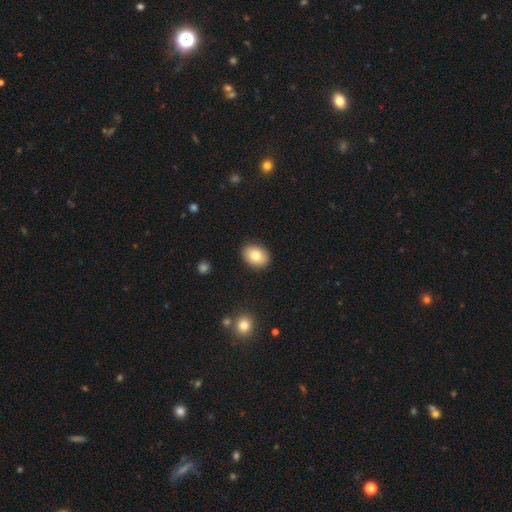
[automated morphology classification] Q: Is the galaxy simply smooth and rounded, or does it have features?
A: smooth — 79%.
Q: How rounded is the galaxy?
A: in between — 71%.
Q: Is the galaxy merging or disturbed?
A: none — 89%.